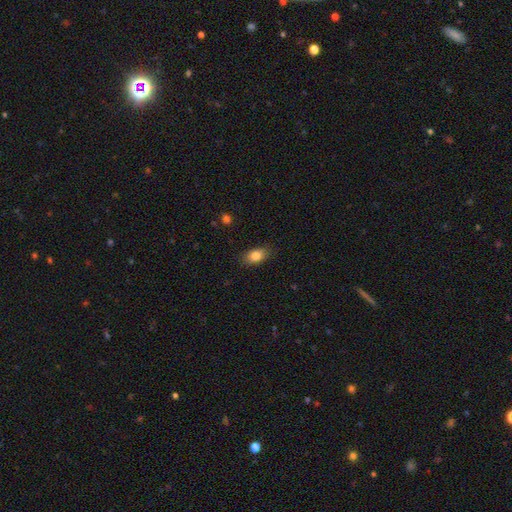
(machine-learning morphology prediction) type=smooth (84%); roundness=in between (82%); merging=none (83%).